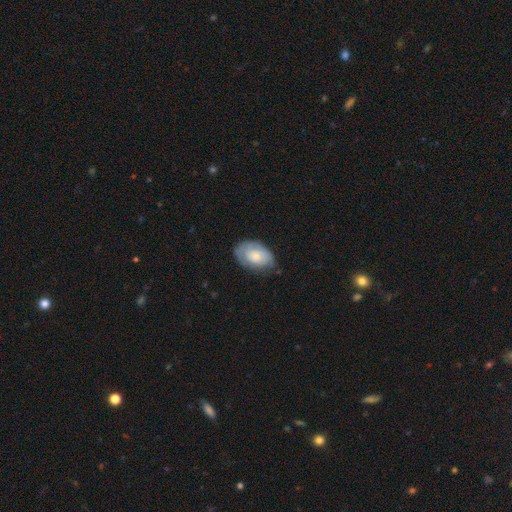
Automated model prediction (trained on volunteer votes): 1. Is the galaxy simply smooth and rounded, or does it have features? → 60% smooth, 34% featured or disk, 6% star or artifact.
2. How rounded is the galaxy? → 87% in between, 12% round, 1% cigar-shaped.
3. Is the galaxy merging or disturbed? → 65% none, 26% minor disturbance, 7% major disturbance, 1% merger.